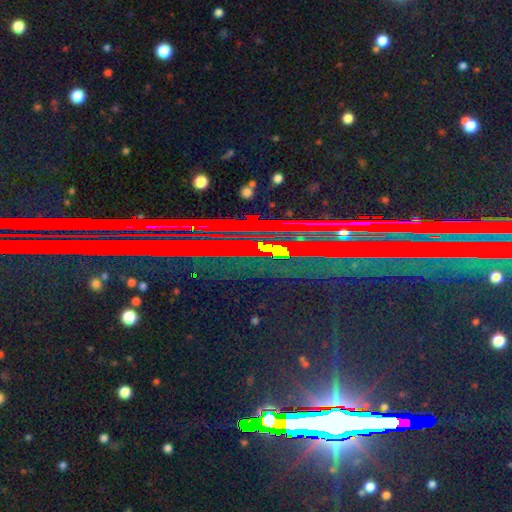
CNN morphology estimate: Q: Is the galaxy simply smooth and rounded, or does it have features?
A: star or artifact — 83%.